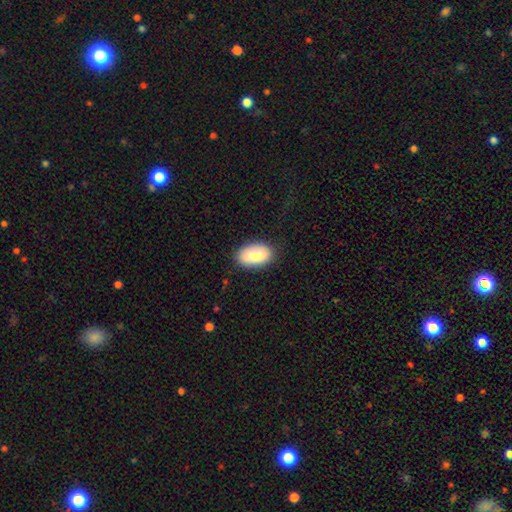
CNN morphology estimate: A smooth galaxy with no disk features (83%) that is in between round and cigar-shaped (94%). Merging: none (83%).